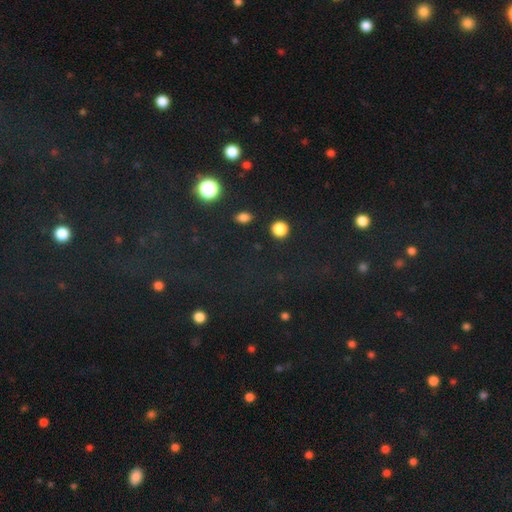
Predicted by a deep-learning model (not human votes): smooth_or_featured: star or artifact (p=0.73) [alt: smooth p=0.18]